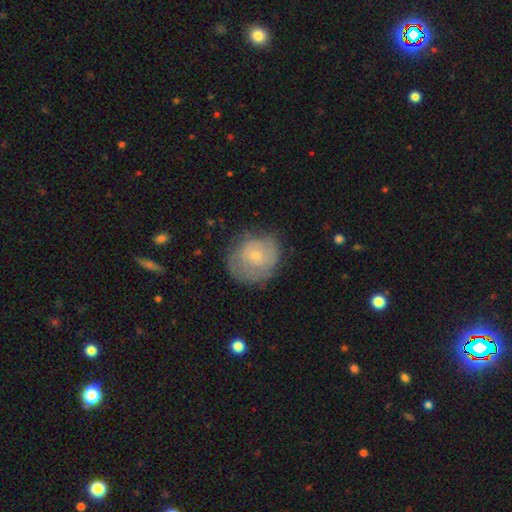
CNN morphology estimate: Q: Smooth or featured?
A: featured or disk (47%); runner-up: smooth (46%)
Q: Merging?
A: none (62%); runner-up: minor disturbance (24%)